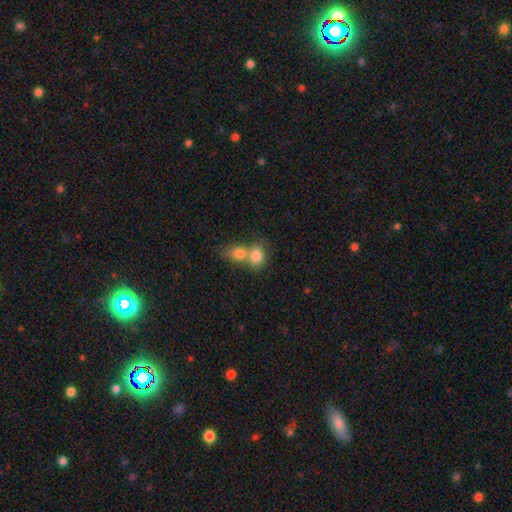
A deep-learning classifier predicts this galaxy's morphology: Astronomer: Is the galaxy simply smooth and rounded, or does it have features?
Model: smooth — 80%.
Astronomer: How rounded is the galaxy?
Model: round — 51% (runner-up: in between, 48%).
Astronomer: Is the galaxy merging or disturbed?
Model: merger — 66%.